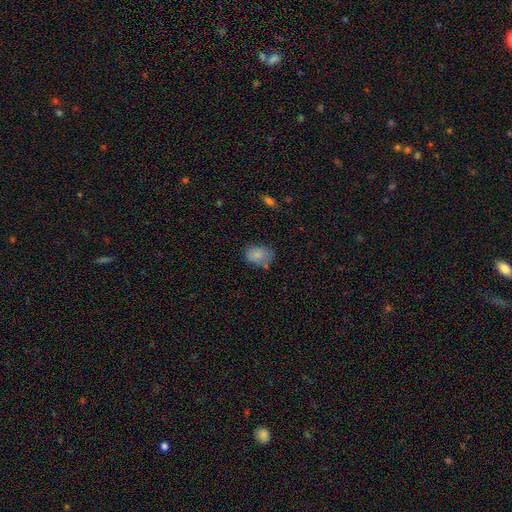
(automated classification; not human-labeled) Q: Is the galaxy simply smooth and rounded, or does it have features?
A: smooth — 81%.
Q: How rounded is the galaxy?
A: in between — 70%.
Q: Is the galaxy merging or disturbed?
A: none — 60%.